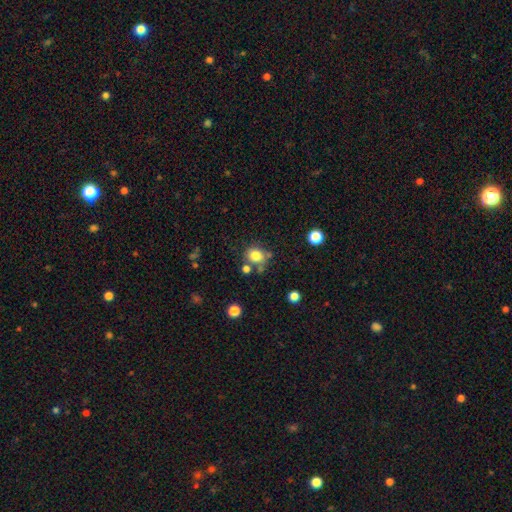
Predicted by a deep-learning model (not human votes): smooth-or-featured: smooth: 80% | star or artifact: 12% | featured or disk: 8%
  how-rounded: round: 71% | in between: 28% | cigar-shaped: 1%
  merging: none: 65% | minor disturbance: 15% | merger: 15% | major disturbance: 6%